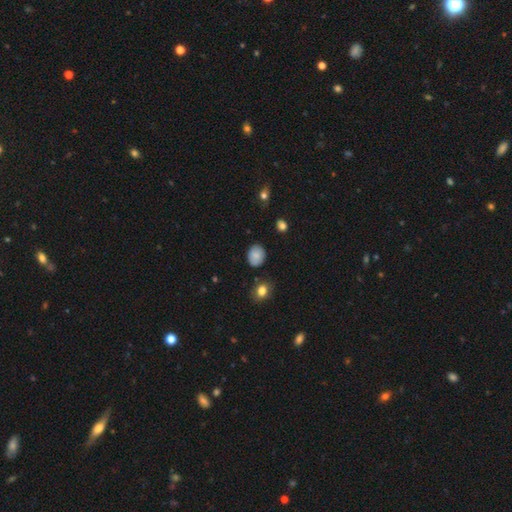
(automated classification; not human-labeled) smooth_or_featured: smooth (p=0.84) [alt: star or artifact p=0.09]
how_rounded: round (p=0.50) [alt: in between p=0.49]
merging: none (p=0.82) [alt: minor disturbance p=0.13]